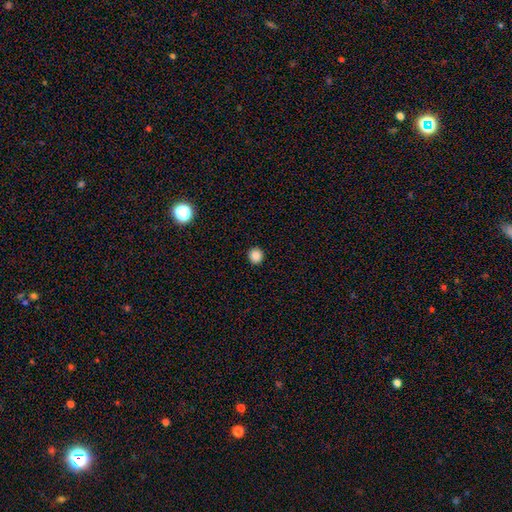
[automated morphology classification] Smooth or featured? smooth (87%)
How rounded? round (93%)
Merging? none (93%)